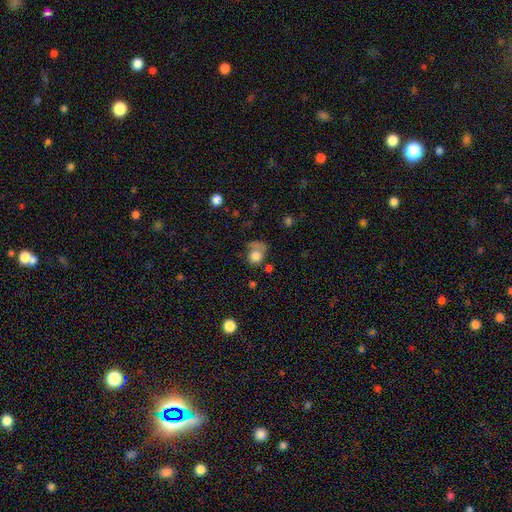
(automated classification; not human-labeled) The model was most divided on "merging": none: 37%, major disturbance: 29%, minor disturbance: 23%, merger: 11%. More confident: smooth or featured — smooth (73%); how rounded — round (71%).